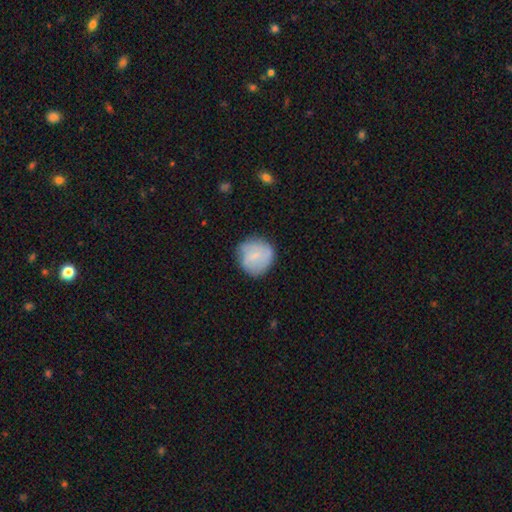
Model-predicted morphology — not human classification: Smooth or featured? smooth (71%)
How rounded? round (90%)
Merging? none (73%)